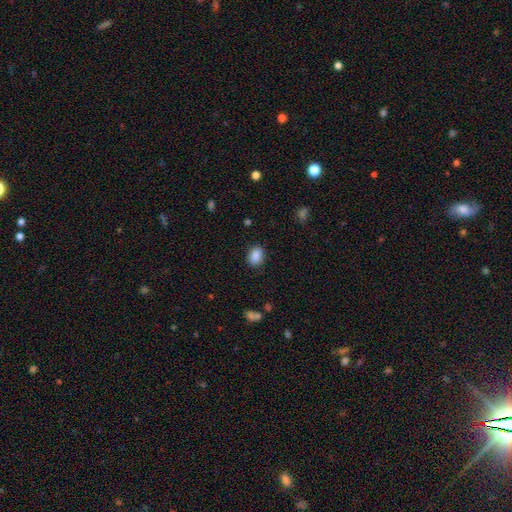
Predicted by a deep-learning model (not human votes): smooth_or_featured: smooth (p=0.88) [alt: star or artifact p=0.08]
how_rounded: in between (p=0.65) [alt: round p=0.34]
merging: none (p=0.86) [alt: minor disturbance p=0.10]